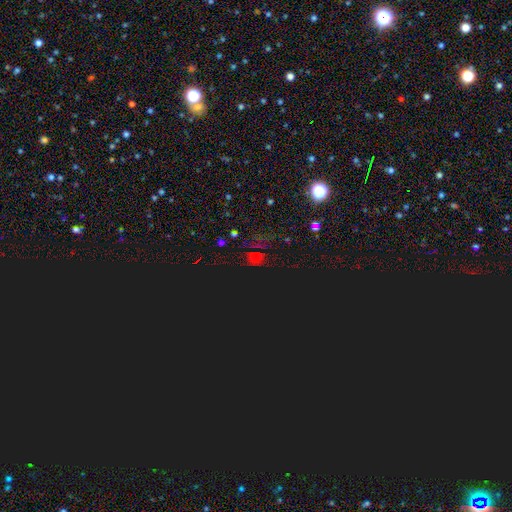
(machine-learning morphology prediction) smooth_or_featured: star or artifact (p=0.67) [alt: smooth p=0.26]